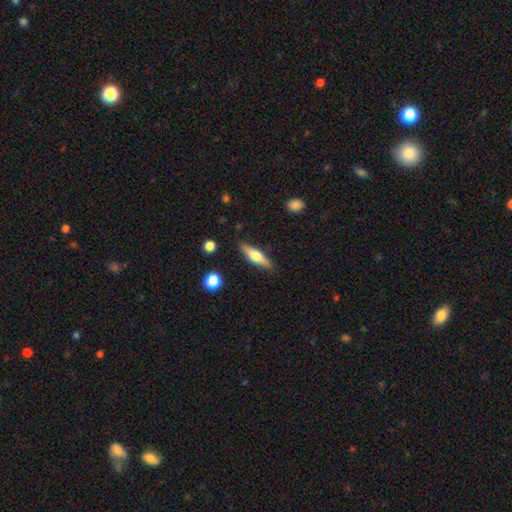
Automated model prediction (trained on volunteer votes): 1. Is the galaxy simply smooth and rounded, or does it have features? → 50% featured or disk, 44% smooth, 6% star or artifact.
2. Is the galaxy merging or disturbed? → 87% none, 9% minor disturbance, 2% major disturbance, 2% merger.